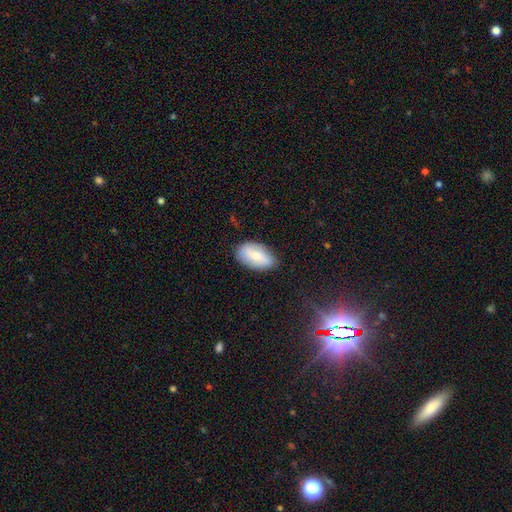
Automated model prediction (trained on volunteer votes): Smooth or featured? Predicted: smooth (p=0.73). How rounded? Predicted: in between (p=0.93). Merging? Predicted: none (p=0.76).